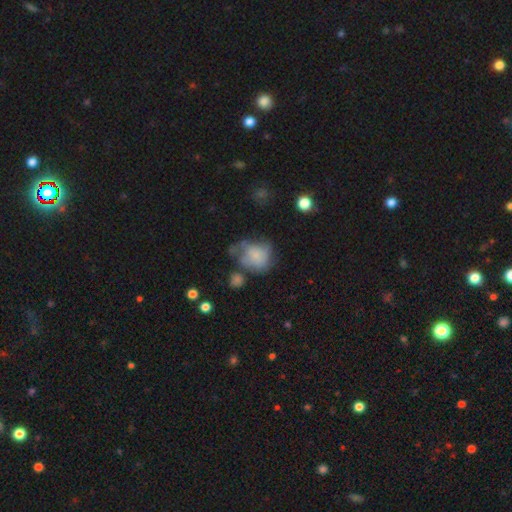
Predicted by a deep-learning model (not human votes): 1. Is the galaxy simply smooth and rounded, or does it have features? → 62% smooth, 28% featured or disk, 9% star or artifact.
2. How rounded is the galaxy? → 62% round, 37% in between, 1% cigar-shaped.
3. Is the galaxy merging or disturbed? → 30% none, 29% major disturbance, 27% minor disturbance, 14% merger.